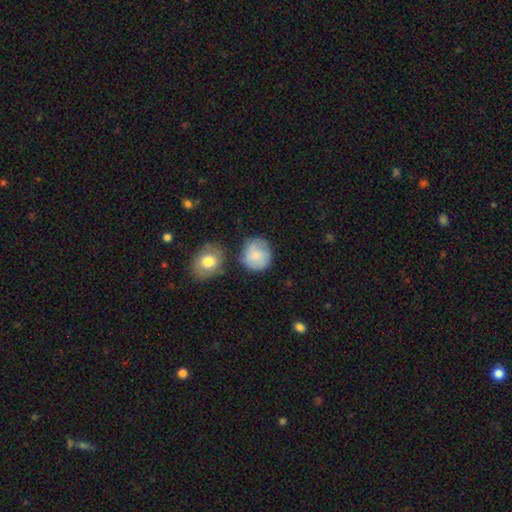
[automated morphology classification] Smooth or featured? Predicted: smooth (p=0.78). How rounded? Predicted: round (p=0.85). Merging? Predicted: none (p=0.66).